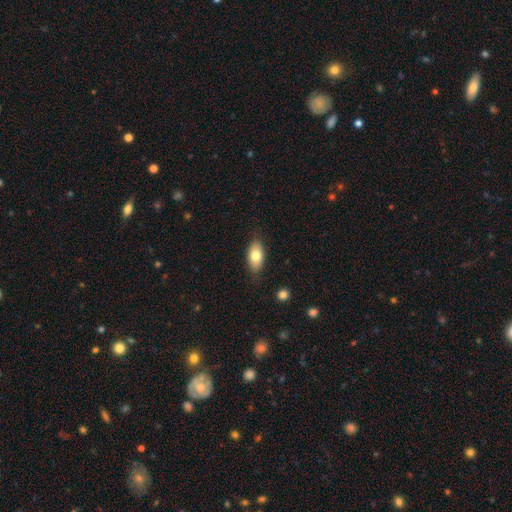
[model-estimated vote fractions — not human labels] smooth 79%, featured or disk 14%, star or artifact 7%. Down the decision tree: how rounded — in between (91%); merging — none (83%).